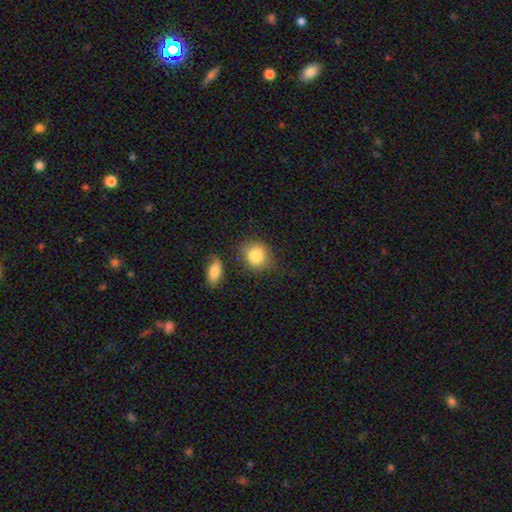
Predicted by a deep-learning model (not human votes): Q: Smooth or featured?
A: smooth (84%); runner-up: star or artifact (8%)
Q: How rounded?
A: round (64%); runner-up: in between (34%)
Q: Merging?
A: none (70%); runner-up: minor disturbance (17%)